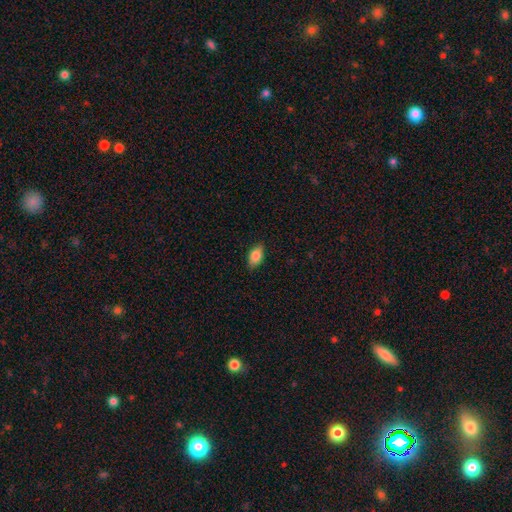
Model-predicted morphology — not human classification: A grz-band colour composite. It shows a smooth galaxy with no disk features (85%) that is in between round and cigar-shaped (91%). Merging: none (87%).